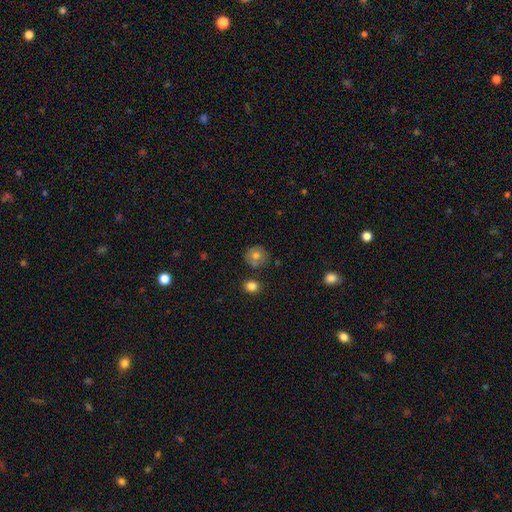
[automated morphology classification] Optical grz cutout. It shows a smooth galaxy with no disk features (73%) that is round (85%). Merging: none (72%).